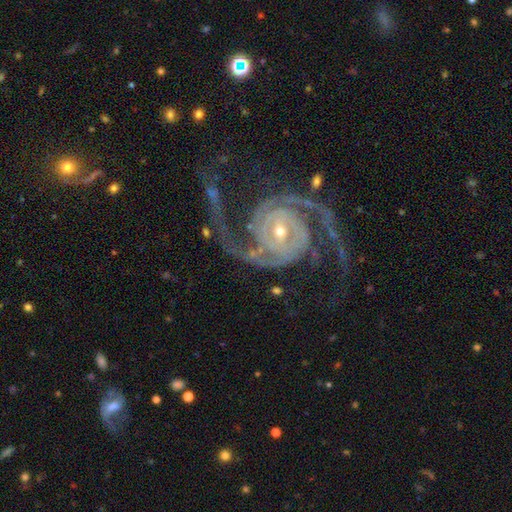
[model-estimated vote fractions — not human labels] smooth-or-featured: featured or disk: 92% | star or artifact: 5% | smooth: 2%
  disk-edge-on: no: 98% | yes: 2%
    bar: no: 59% | weak: 24% | strong: 17%
    has-spiral-arms: yes: 99% | no: 1%
      spiral-winding: medium: 53% | tight: 33% | loose: 14%
      spiral-arm-count: 2: 89% | 3: 3% | can't tell: 2% | 4: 2% | 1: 2% | more than 4: 2%
    bulge-size: small: 72% | moderate: 23% | large: 2% | none: 1% | dominant: 1%
  merging: none: 74% | minor disturbance: 14% | major disturbance: 11% | merger: 2%